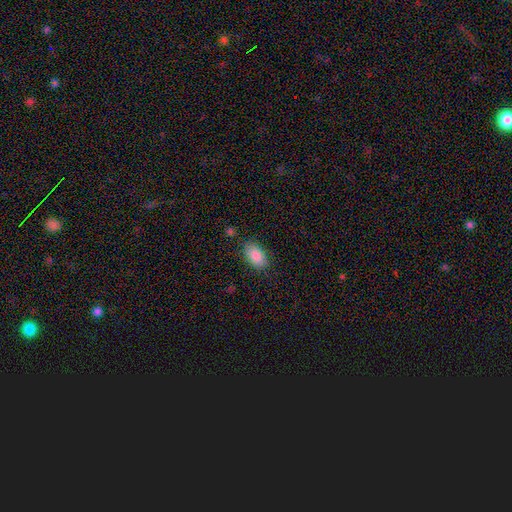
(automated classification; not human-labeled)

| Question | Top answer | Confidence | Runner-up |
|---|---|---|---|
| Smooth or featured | smooth | 87% | star or artifact (7%) |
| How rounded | in between | 93% | round (6%) |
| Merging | none | 84% | minor disturbance (12%) |